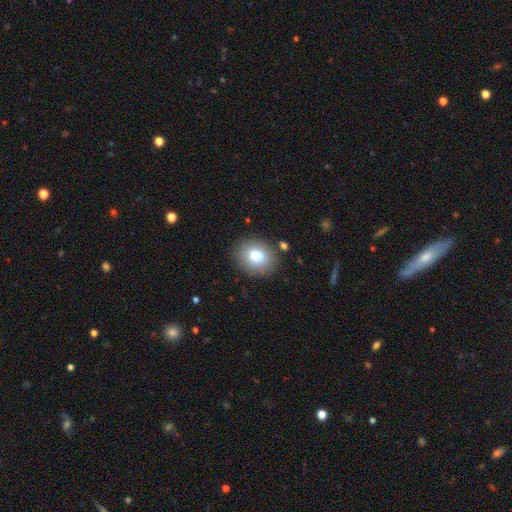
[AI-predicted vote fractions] This appears to be a smooth galaxy with no disk features (79%) that is round (57%). Merging: none (85%).